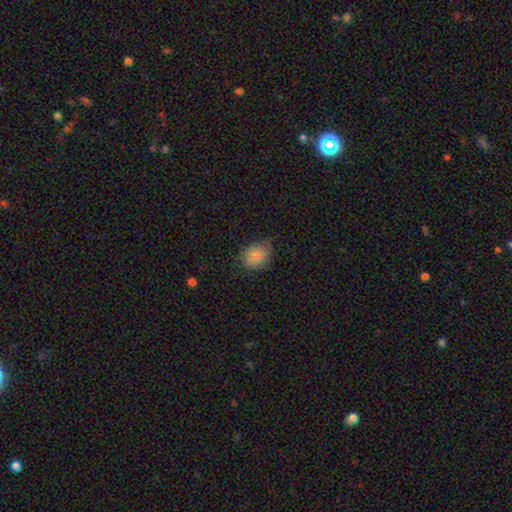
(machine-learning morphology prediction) The model was most divided on "how rounded": round: 62%, in between: 38%, cigar-shaped: 1%. More confident: smooth or featured — smooth (80%); merging — none (60%).